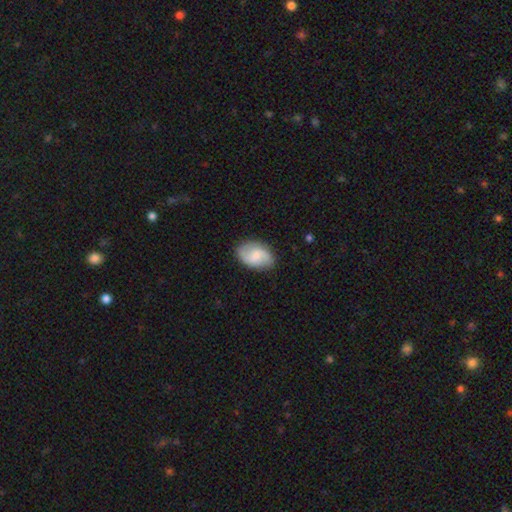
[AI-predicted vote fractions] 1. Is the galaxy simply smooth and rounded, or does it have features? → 51% smooth, 42% featured or disk, 7% star or artifact.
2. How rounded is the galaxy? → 89% in between, 10% round, 1% cigar-shaped.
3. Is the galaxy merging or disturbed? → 82% none, 13% minor disturbance, 3% major disturbance, 1% merger.